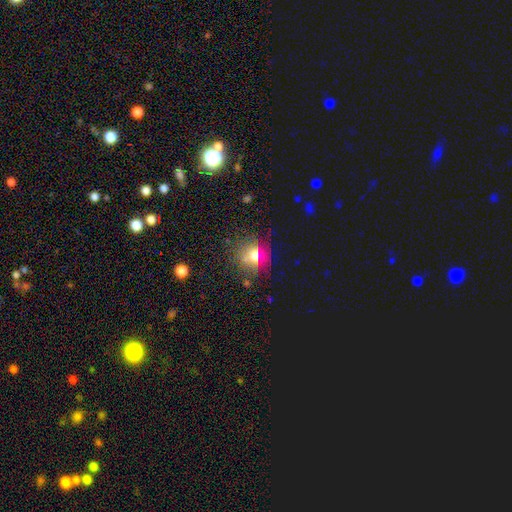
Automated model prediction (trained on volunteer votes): The model was most divided on "smooth or featured": smooth: 59%, star or artifact: 25%, featured or disk: 17%. More confident: how rounded — round (78%); merging — none (73%).